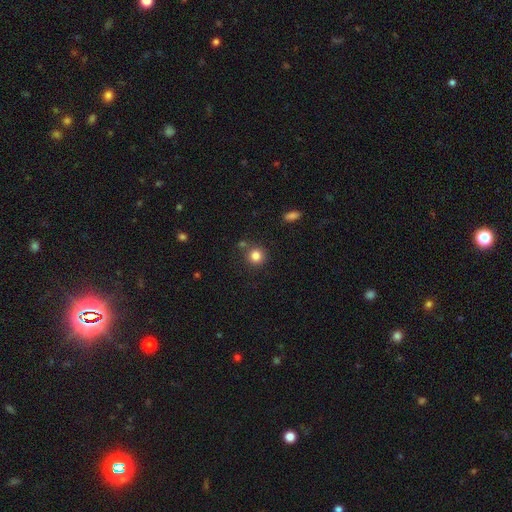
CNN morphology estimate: smooth 83%, star or artifact 11%, featured or disk 6%. Down the decision tree: how rounded — round (92%); merging — none (79%).